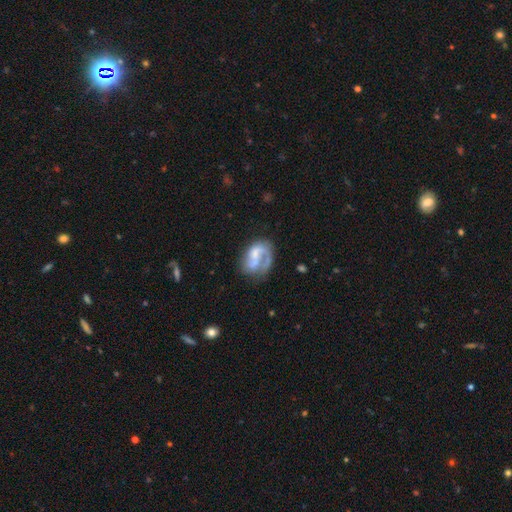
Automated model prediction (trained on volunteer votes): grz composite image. It shows a featured or disk galaxy (68%) with no bar (60%), 1 (58%) medium (38%, tied with loose) spiral arms (76%) and no central bulge (34%). Merging: none (41%).